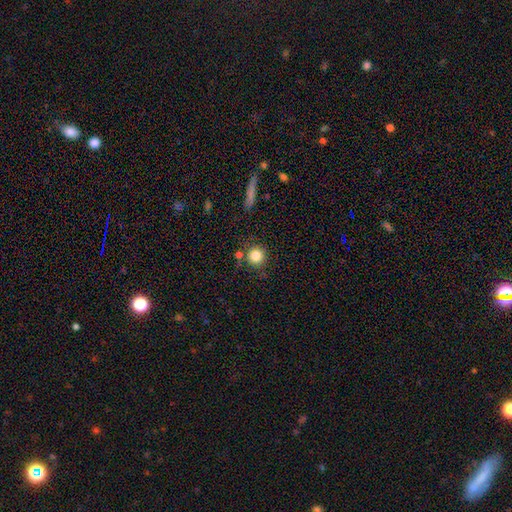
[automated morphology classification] Smooth or featured?
  - smooth: 84% *
  - star or artifact: 10%
  - featured or disk: 7%
How rounded?
  - round: 93% *
  - in between: 6%
  - cigar-shaped: 1%
Merging?
  - none: 78% *
  - minor disturbance: 10%
  - merger: 9%
  - major disturbance: 4%